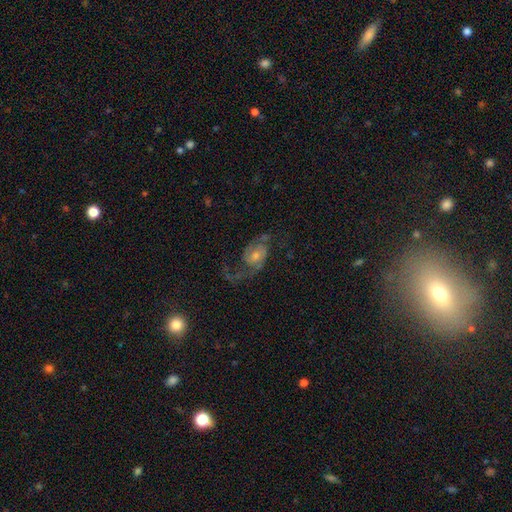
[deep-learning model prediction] A featured or disk galaxy (81%) with no bar (66%), 2 (83%) loose (51%) spiral arms (94%) and a moderate central bulge (47%).

Vote fractions:
- Smooth or featured? featured or disk: 81% / smooth: 11% / star or artifact: 8%
- Edge-on disk? no: 97% / yes: 3%
- Bar? no: 66% / weak: 28% / strong: 6%
- Spiral arms? yes: 94% / no: 6%
- Spiral winding? loose: 51% / medium: 39% / tight: 10%
- Spiral arm count? 2: 83% / 1: 8% / can't tell: 4% / 3: 2% / 4: 1% / more than 4: 1%
- Bulge size? moderate: 47% / small: 44% / large: 5% / none: 3% / dominant: 1%
- Merging? none: 55% / major disturbance: 26% / minor disturbance: 17% / merger: 3%